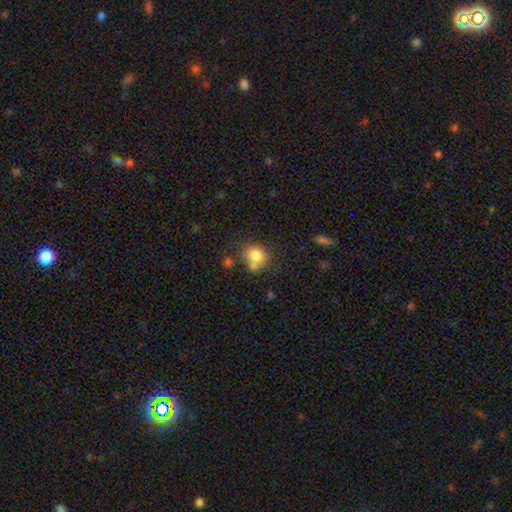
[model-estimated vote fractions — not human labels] A smooth galaxy with no disk features (79%) that is round (74%).

Vote fractions:
- Smooth or featured? smooth: 79% / star or artifact: 11% / featured or disk: 11%
- How rounded? round: 74% / in between: 25% / cigar-shaped: 1%
- Merging? none: 54% / merger: 22% / minor disturbance: 18% / major disturbance: 7%